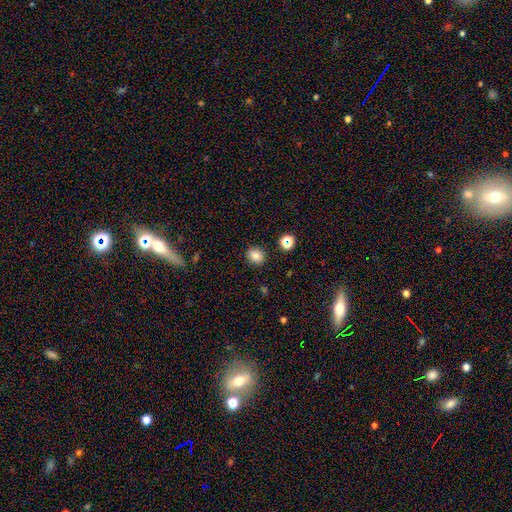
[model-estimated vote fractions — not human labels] Smooth or featured?
  - smooth: 82% *
  - star or artifact: 13%
  - featured or disk: 5%
How rounded?
  - round: 74% *
  - in between: 25%
  - cigar-shaped: 1%
Merging?
  - none: 88% *
  - minor disturbance: 8%
  - major disturbance: 2%
  - merger: 2%